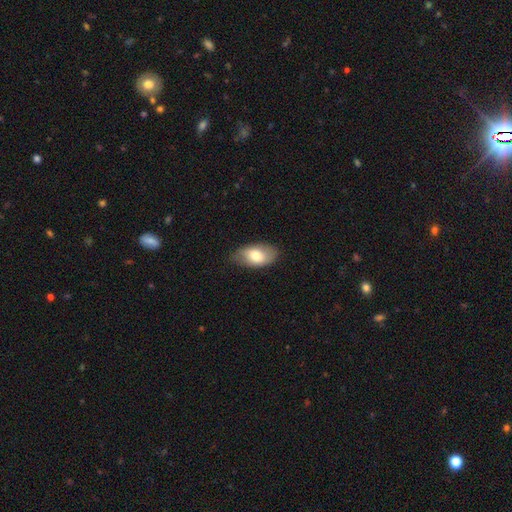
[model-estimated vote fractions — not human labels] smooth-or-featured: smooth: 71% | featured or disk: 23% | star or artifact: 6%
  how-rounded: in between: 93% | round: 5% | cigar-shaped: 2%
  merging: none: 77% | minor disturbance: 19% | major disturbance: 4% | merger: 1%